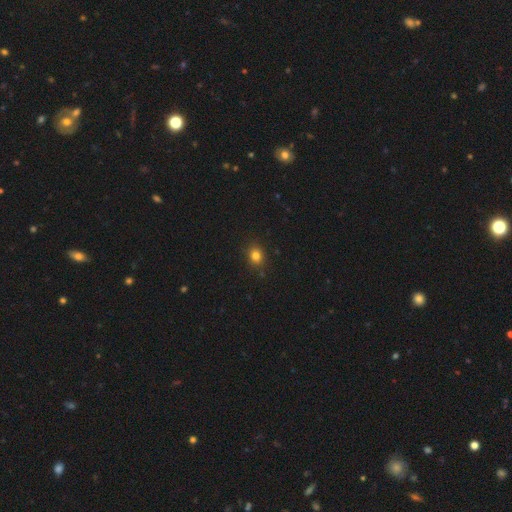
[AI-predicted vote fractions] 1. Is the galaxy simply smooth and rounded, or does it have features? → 81% smooth, 14% star or artifact, 6% featured or disk.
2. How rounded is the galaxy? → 62% round, 37% in between, 1% cigar-shaped.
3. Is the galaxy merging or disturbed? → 86% none, 10% minor disturbance, 2% major disturbance, 1% merger.